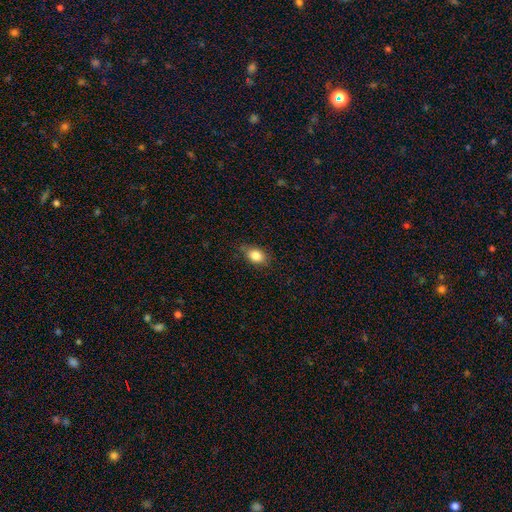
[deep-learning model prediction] Smooth or featured: smooth — 84% (star or artifact — 9%)
How rounded: in between — 77% (round — 21%)
Merging: none — 75% (minor disturbance — 19%)